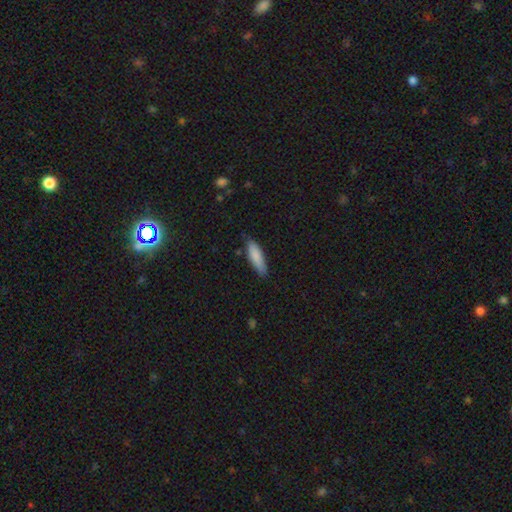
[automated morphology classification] Smooth or featured? Predicted: smooth (p=0.85). How rounded? Predicted: cigar-shaped (p=0.51). Merging? Predicted: none (p=0.77).